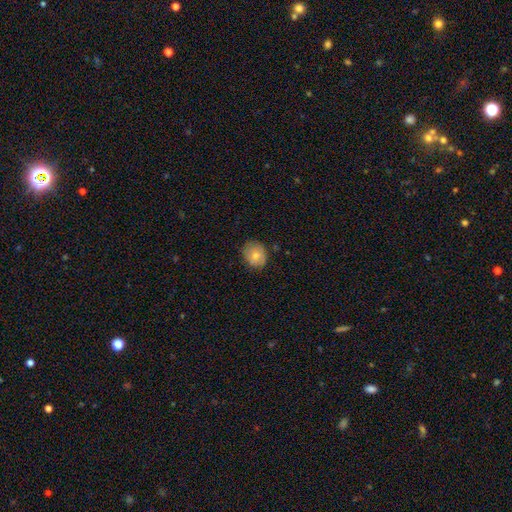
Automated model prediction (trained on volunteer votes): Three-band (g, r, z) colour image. It shows a smooth galaxy with no disk features (73%) that is round (70%). Merging: none (76%).